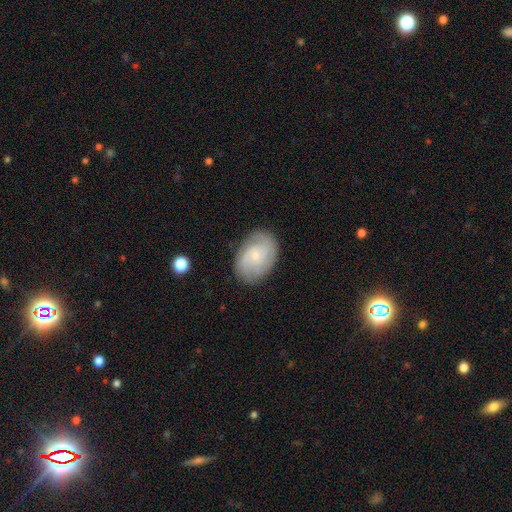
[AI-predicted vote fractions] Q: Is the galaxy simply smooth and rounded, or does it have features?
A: featured or disk — 63%.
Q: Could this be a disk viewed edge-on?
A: no — 97%.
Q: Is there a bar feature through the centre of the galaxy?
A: no — 65%.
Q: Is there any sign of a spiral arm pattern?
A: yes — 90%.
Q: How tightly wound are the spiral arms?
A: tight — 44%.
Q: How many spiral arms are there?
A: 2 — 47%.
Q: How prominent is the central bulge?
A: small — 75%.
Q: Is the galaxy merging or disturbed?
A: none — 81%.